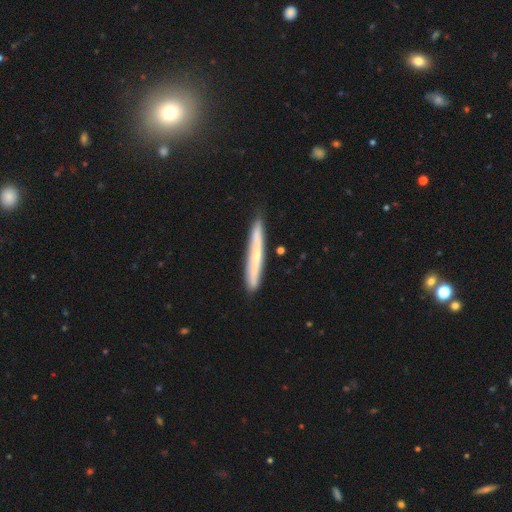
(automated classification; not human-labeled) smooth_or_featured: featured or disk (p=0.50) [alt: smooth p=0.44]
merging: none (p=0.86) [alt: minor disturbance p=0.10]